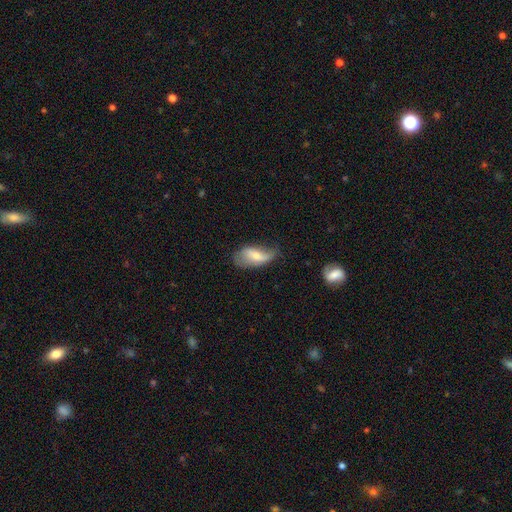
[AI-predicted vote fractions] This appears to be a smooth galaxy with no disk features (53%) that is in between round and cigar-shaped (89%). Merging: none (43%).